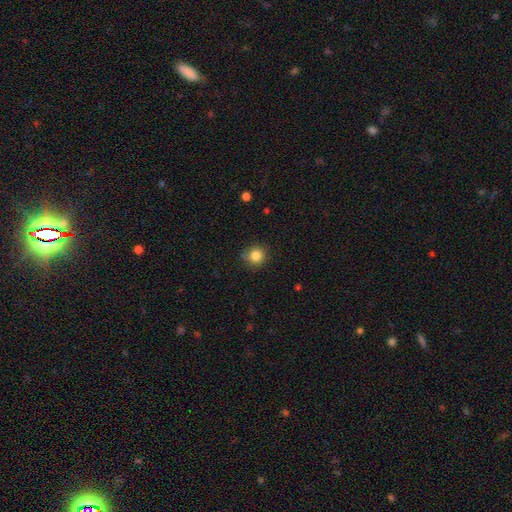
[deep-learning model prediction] A smooth galaxy with no disk features (84%) that is round (92%).

Vote fractions:
- Smooth or featured? smooth: 84% / star or artifact: 11% / featured or disk: 5%
- How rounded? round: 92% / in between: 7% / cigar-shaped: 1%
- Merging? none: 83% / minor disturbance: 12% / major disturbance: 3% / merger: 2%